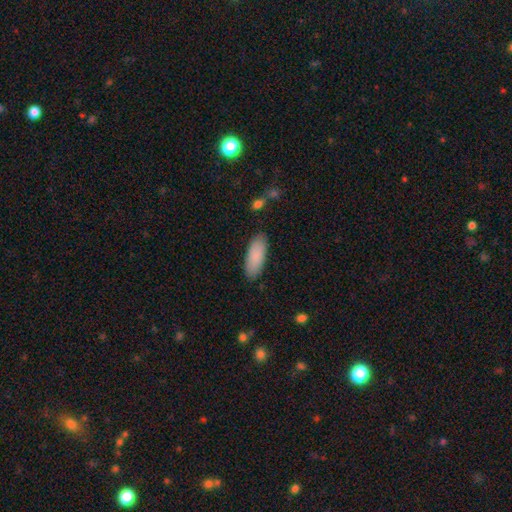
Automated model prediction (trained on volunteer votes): Overall: smooth (89%). How rounded: in between (75%). Merging: none (87%).